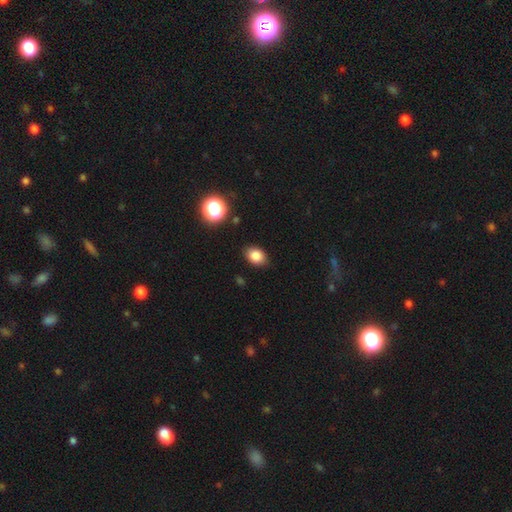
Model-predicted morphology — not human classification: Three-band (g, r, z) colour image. It shows a smooth galaxy with no disk features (84%) that is in between round and cigar-shaped (73%). Merging: none (87%).